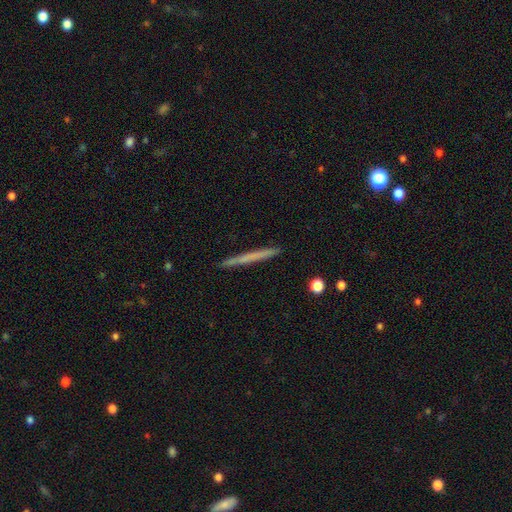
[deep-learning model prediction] A smooth galaxy with no disk features (55%) that is cigar-shaped (97%).

Vote fractions:
- Smooth or featured? smooth: 55% / featured or disk: 38% / star or artifact: 6%
- How rounded? cigar-shaped: 97% / in between: 2% / round: 1%
- Merging? none: 92% / minor disturbance: 6% / major disturbance: 1% / merger: 1%